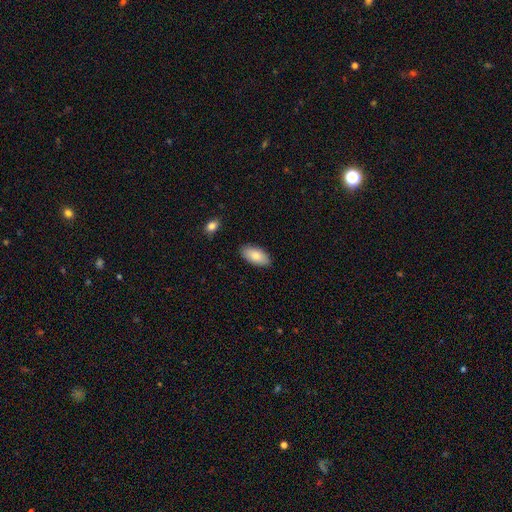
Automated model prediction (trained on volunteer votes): Q: Smooth or featured?
A: smooth (82%); runner-up: featured or disk (12%)
Q: How rounded?
A: in between (94%); runner-up: cigar-shaped (4%)
Q: Merging?
A: none (87%); runner-up: minor disturbance (9%)